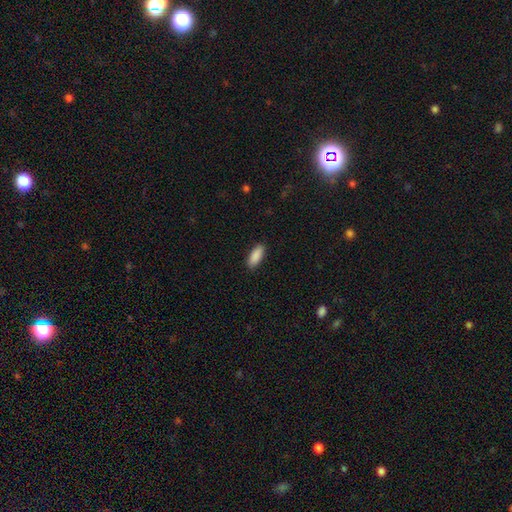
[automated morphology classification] A smooth galaxy with no disk features (90%) that is in between round and cigar-shaped (78%).

Vote fractions:
- Smooth or featured? smooth: 90% / star or artifact: 6% / featured or disk: 4%
- How rounded? in between: 78% / cigar-shaped: 21% / round: 2%
- Merging? none: 89% / minor disturbance: 8% / major disturbance: 2% / merger: 1%